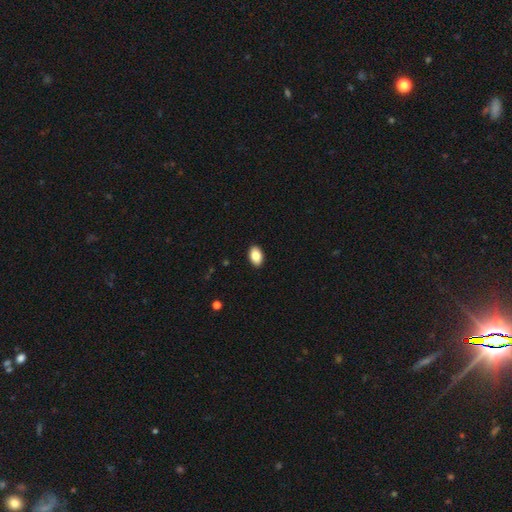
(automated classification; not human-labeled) Smooth or featured?
  - smooth: 86% *
  - star or artifact: 7%
  - featured or disk: 7%
How rounded?
  - in between: 91% *
  - round: 8%
  - cigar-shaped: 1%
Merging?
  - none: 91% *
  - minor disturbance: 7%
  - major disturbance: 2%
  - merger: 1%